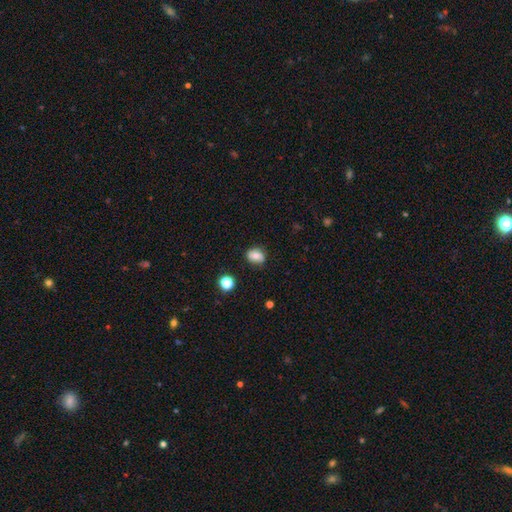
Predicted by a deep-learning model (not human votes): The model was most divided on "how rounded": round: 58%, in between: 41%, cigar-shaped: 1%. More confident: merging — none (74%); smooth or featured — smooth (65%).